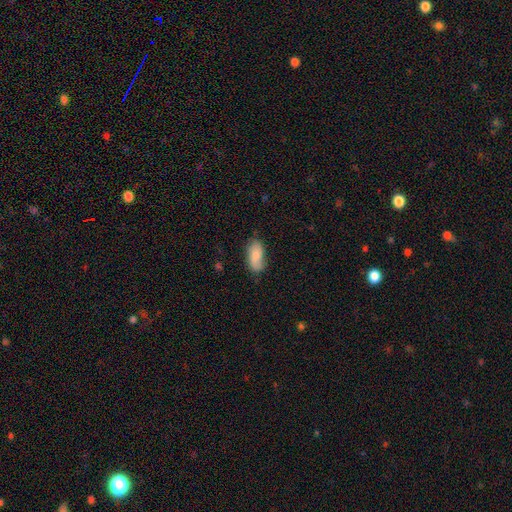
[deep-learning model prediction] A smooth galaxy with no disk features (79%) that is in between round and cigar-shaped (90%). Merging: none (70%).